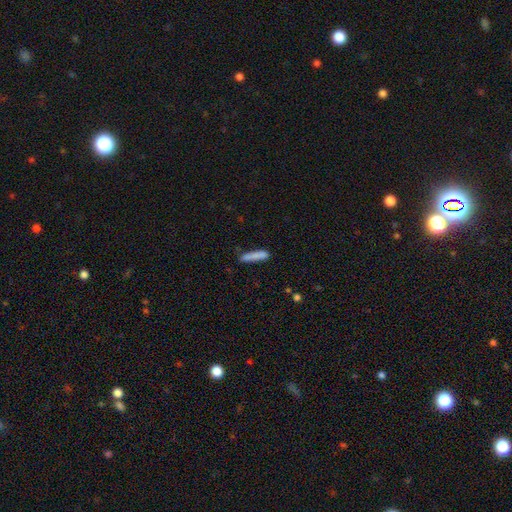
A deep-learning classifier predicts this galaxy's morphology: A smooth galaxy with no disk features (82%) that is cigar-shaped (89%). Merging: none (76%).